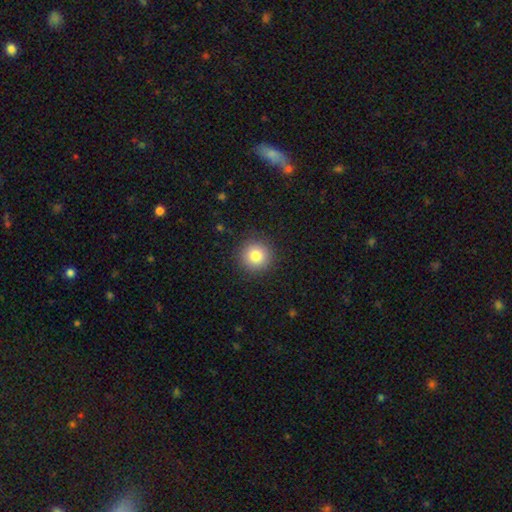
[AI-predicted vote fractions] Smooth or featured?
  - smooth: 82% *
  - star or artifact: 10%
  - featured or disk: 8%
How rounded?
  - round: 95% *
  - in between: 4%
  - cigar-shaped: 1%
Merging?
  - none: 91% *
  - minor disturbance: 6%
  - major disturbance: 2%
  - merger: 1%